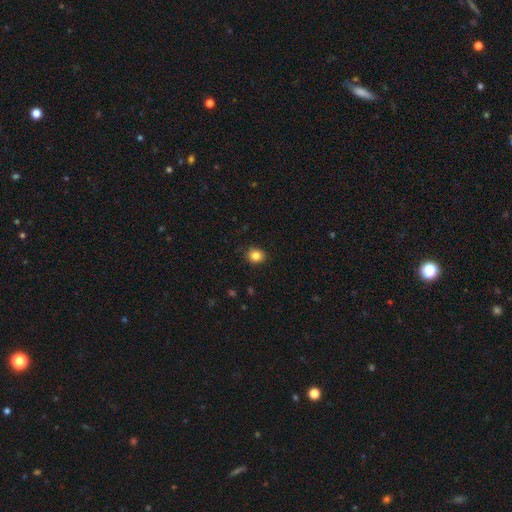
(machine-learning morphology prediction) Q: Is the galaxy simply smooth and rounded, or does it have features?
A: smooth — 85%.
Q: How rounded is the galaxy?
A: round — 75%.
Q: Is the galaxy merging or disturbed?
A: none — 87%.